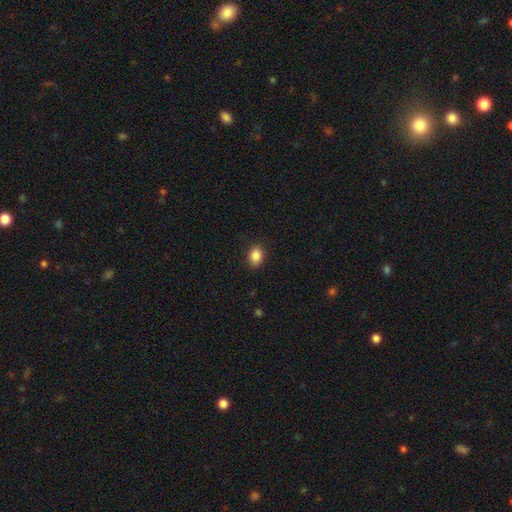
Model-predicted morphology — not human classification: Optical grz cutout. It shows a smooth galaxy with no disk features (87%) that is in between round and cigar-shaped (71%). Merging: none (88%).